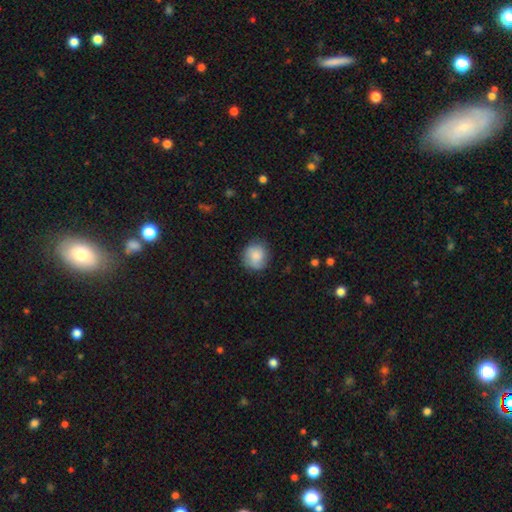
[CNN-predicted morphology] A smooth galaxy with no disk features (81%) that is round (87%). Merging: none (77%).